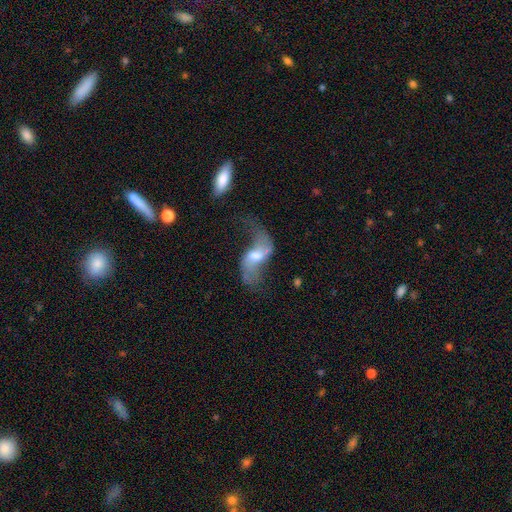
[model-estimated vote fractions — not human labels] Smooth or featured? Predicted: featured or disk (p=0.74). Edge-on disk? Predicted: no (p=0.93). Bar? Predicted: weak (p=0.51). Spiral arms? Predicted: yes (p=0.85). Spiral winding? Predicted: loose (p=0.90). Spiral arm count? Predicted: 2 (p=0.89). Bulge size? Predicted: moderate (p=0.55). Merging? Predicted: none (p=0.39).